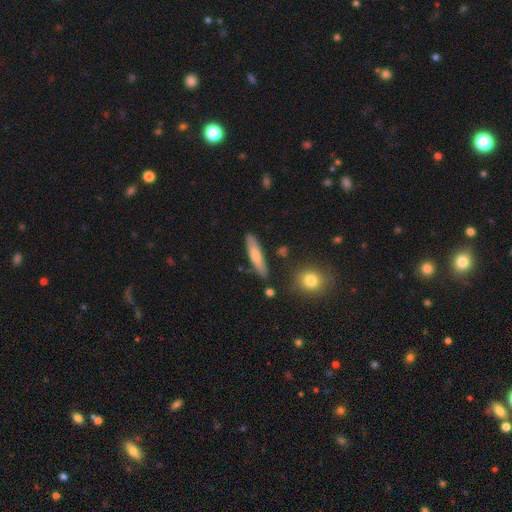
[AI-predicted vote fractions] A smooth galaxy with no disk features (65%) that is cigar-shaped (80%). Merging: none (82%).